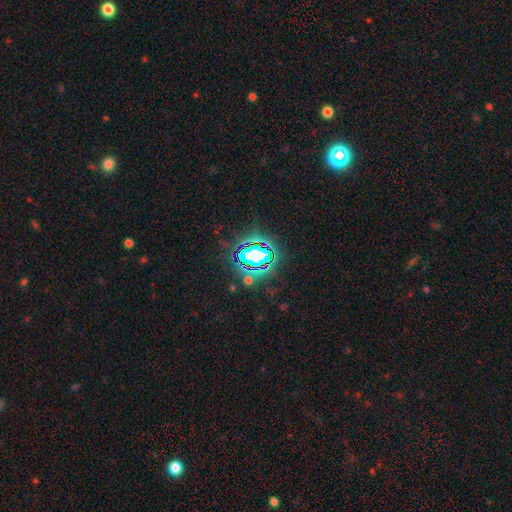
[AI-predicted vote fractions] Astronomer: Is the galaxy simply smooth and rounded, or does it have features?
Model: star or artifact — 72%.